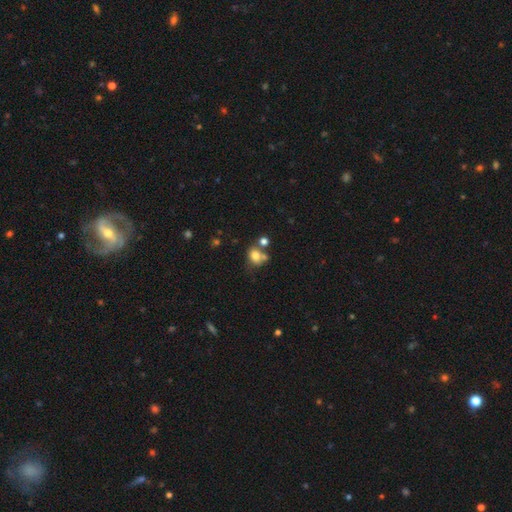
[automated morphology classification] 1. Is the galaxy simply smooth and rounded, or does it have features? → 77% smooth, 12% star or artifact, 11% featured or disk.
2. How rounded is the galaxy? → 57% round, 42% in between, 1% cigar-shaped.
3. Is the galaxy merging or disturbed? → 47% none, 31% merger, 16% minor disturbance, 7% major disturbance.